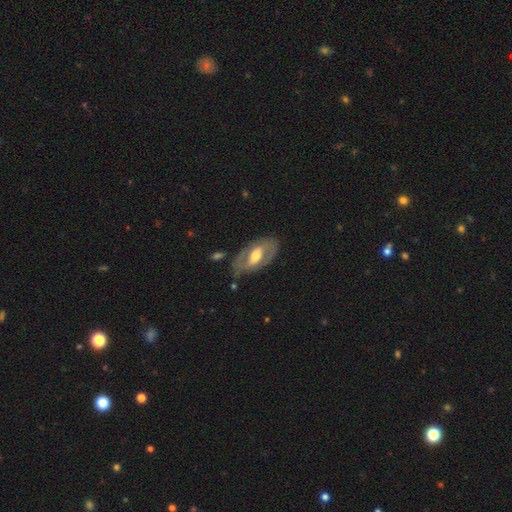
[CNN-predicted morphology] A featured or disk galaxy (68%) with a weak bar (38%), spiral arms (55%) and a moderate central bulge (62%).

Vote fractions:
- Smooth or featured? featured or disk: 68% / smooth: 27% / star or artifact: 5%
- Edge-on disk? no: 91% / yes: 9%
- Bar? weak: 38% / strong: 33% / no: 28%
- Spiral arms? yes: 55% / no: 45%
- Bulge size? moderate: 62% / large: 19% / small: 16% / none: 1% / dominant: 1%
- Merging? none: 72% / minor disturbance: 18% / major disturbance: 8% / merger: 2%